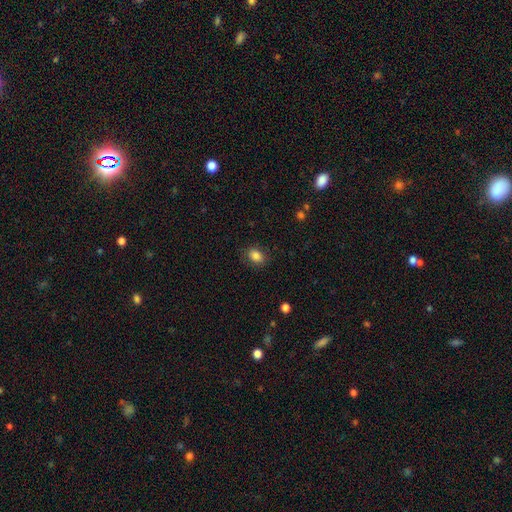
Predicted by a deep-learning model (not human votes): smooth-or-featured: smooth: 85% | star or artifact: 10% | featured or disk: 6%
  how-rounded: in between: 69% | round: 30% | cigar-shaped: 1%
  merging: none: 83% | minor disturbance: 13% | major disturbance: 4% | merger: 1%